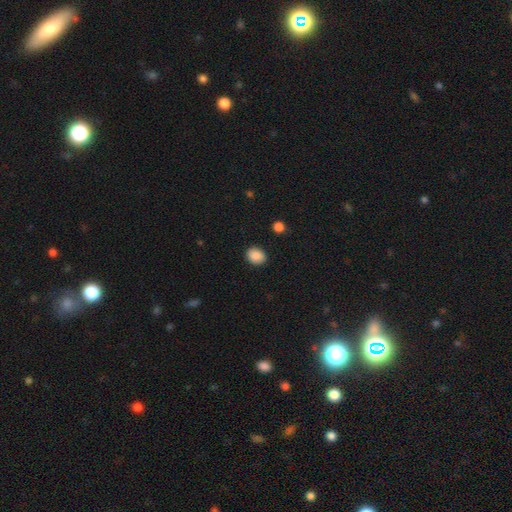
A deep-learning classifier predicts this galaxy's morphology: Q: Smooth or featured?
A: smooth (88%); runner-up: star or artifact (8%)
Q: How rounded?
A: round (51%); runner-up: in between (48%)
Q: Merging?
A: none (88%); runner-up: minor disturbance (8%)